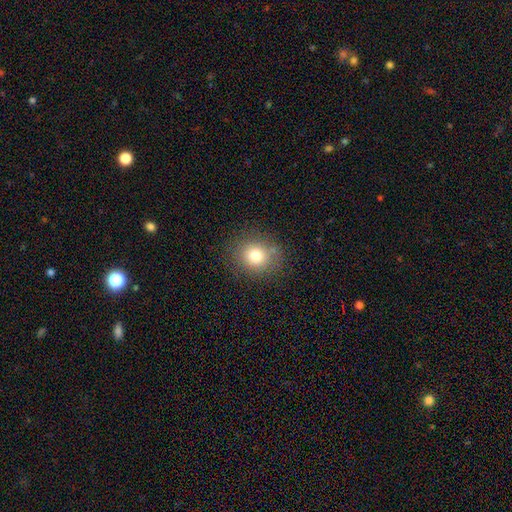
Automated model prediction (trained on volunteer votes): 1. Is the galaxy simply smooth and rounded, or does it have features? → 78% smooth, 13% star or artifact, 9% featured or disk.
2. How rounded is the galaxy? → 81% round, 18% in between, 1% cigar-shaped.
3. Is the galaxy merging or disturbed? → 83% none, 11% minor disturbance, 4% major disturbance, 2% merger.